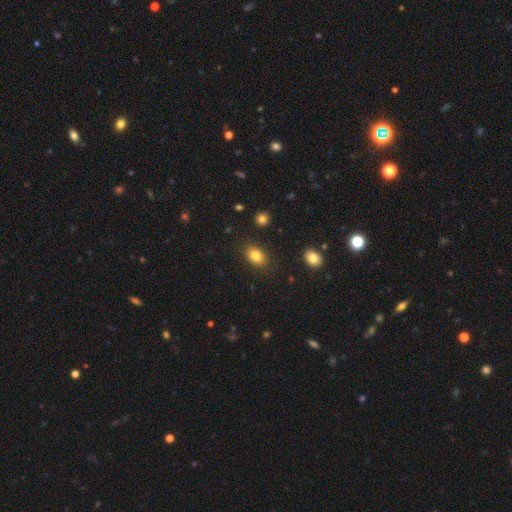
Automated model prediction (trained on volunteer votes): Overall: smooth (84%). How rounded: in between (85%). Merging: none (86%).